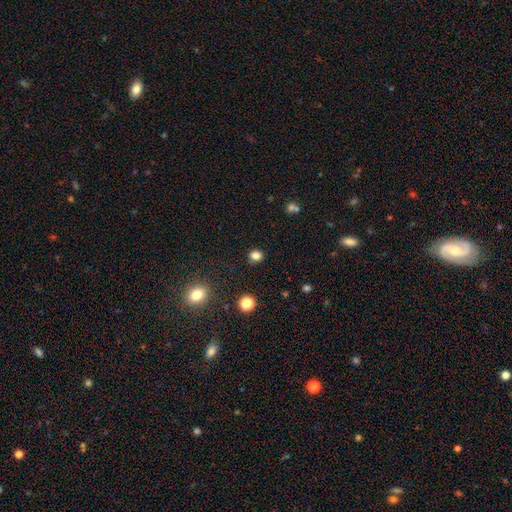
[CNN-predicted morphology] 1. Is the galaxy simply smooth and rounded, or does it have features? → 82% smooth, 14% star or artifact, 4% featured or disk.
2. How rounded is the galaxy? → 74% round, 25% in between, 1% cigar-shaped.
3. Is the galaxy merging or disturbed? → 88% none, 8% minor disturbance, 3% major disturbance, 2% merger.